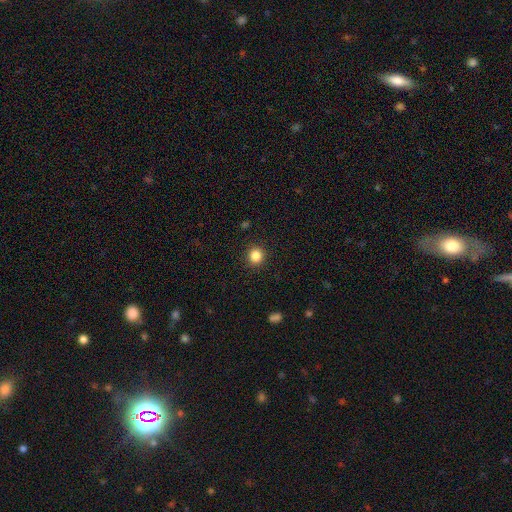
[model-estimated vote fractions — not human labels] This appears to be a smooth galaxy with no disk features (85%) that is round (92%). Merging: none (91%).